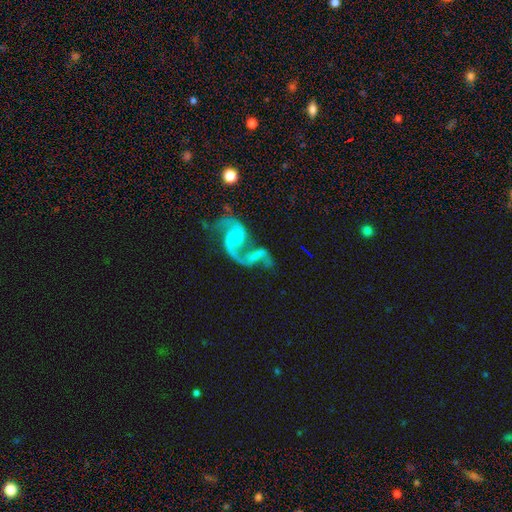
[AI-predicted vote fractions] A featured or disk galaxy (78%) with no bar (48%), 2 (82%) loose (74%) spiral arms (87%) and no central bulge (54%).

Vote fractions:
- Smooth or featured? featured or disk: 78% / smooth: 13% / star or artifact: 8%
- Edge-on disk? no: 97% / yes: 3%
- Bar? no: 48% / weak: 35% / strong: 18%
- Spiral arms? yes: 87% / no: 13%
- Spiral winding? loose: 74% / medium: 21% / tight: 5%
- Spiral arm count? 2: 82% / 1: 12% / can't tell: 3% / 3: 1% / 4: 1% / more than 4: 1%
- Bulge size? none: 54% / small: 28% / moderate: 13% / large: 3% / dominant: 2%
- Merging? merger: 46% / none: 25% / major disturbance: 18% / minor disturbance: 11%